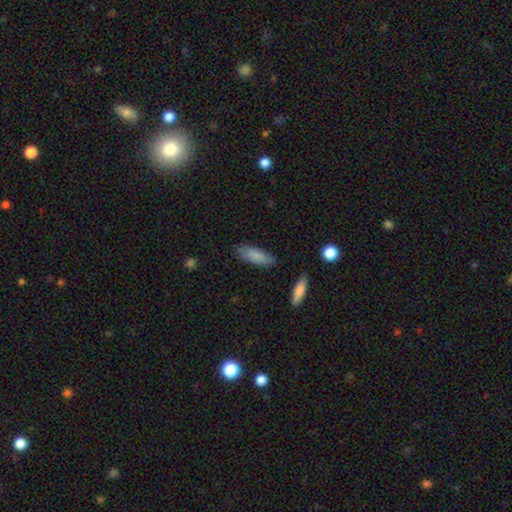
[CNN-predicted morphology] Smooth or featured? Predicted: smooth (p=0.84). How rounded? Predicted: in between (p=0.58). Merging? Predicted: none (p=0.81).